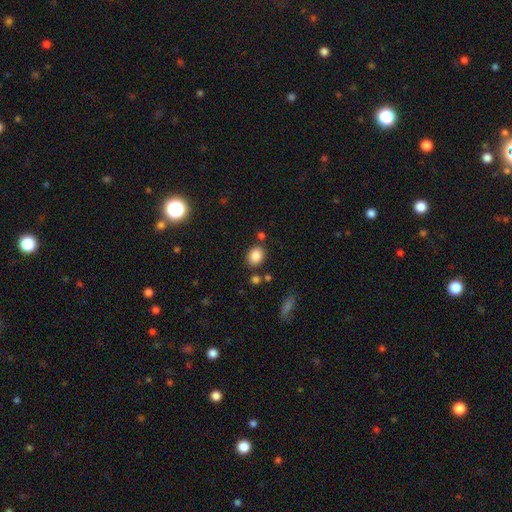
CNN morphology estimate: smooth-or-featured: smooth: 85% | star or artifact: 9% | featured or disk: 5%
  how-rounded: in between: 54% | round: 45% | cigar-shaped: 1%
  merging: none: 79% | minor disturbance: 11% | merger: 7% | major disturbance: 3%